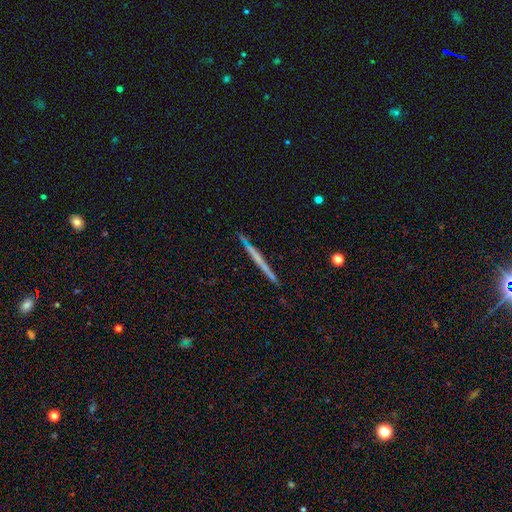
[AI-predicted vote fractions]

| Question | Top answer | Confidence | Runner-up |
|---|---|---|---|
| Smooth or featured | featured or disk | 57% | smooth (37%) |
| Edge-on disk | yes | 97% | no (3%) |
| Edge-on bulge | none | 87% | rounded (8%) |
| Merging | none | 88% | minor disturbance (9%) |